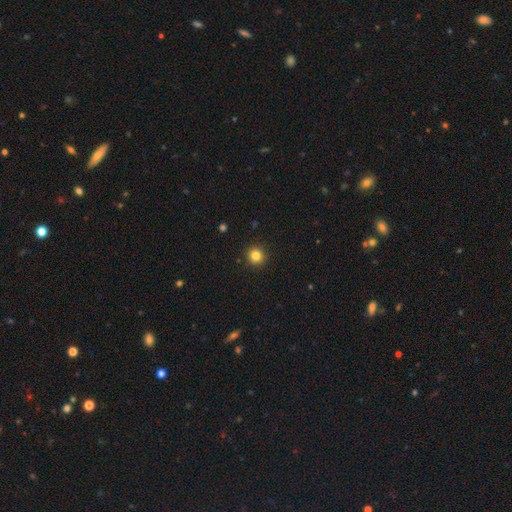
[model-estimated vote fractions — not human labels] This is clearly a smooth galaxy (82%). How rounded: clearly round (95%). Merging: clearly none (93%).